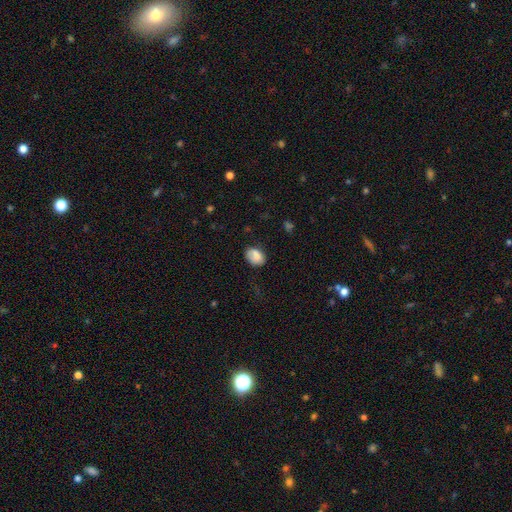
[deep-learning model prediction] smooth_or_featured: smooth (p=0.81) [alt: featured or disk p=0.11]
how_rounded: in between (p=0.74) [alt: round p=0.25]
merging: none (p=0.66) [alt: minor disturbance p=0.23]